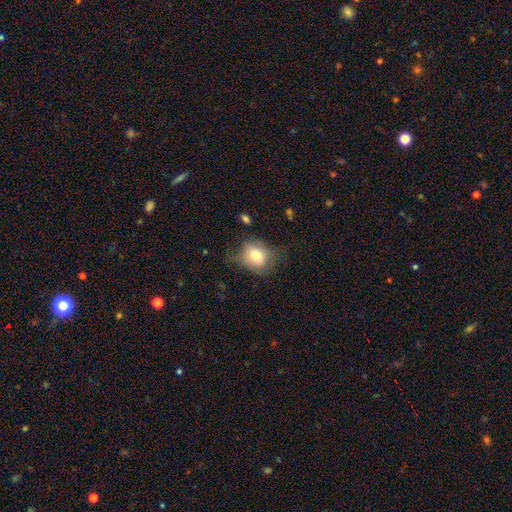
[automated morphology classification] This is likely a smooth galaxy (75%). How rounded: likely round (69%). Merging: possibly none (60%).